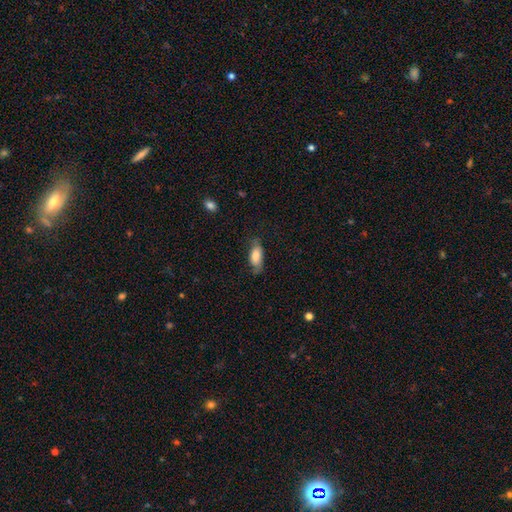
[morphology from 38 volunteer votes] This is possibly a smooth galaxy (53%). How rounded: clearly in between (90%). Merging: likely none (63%).